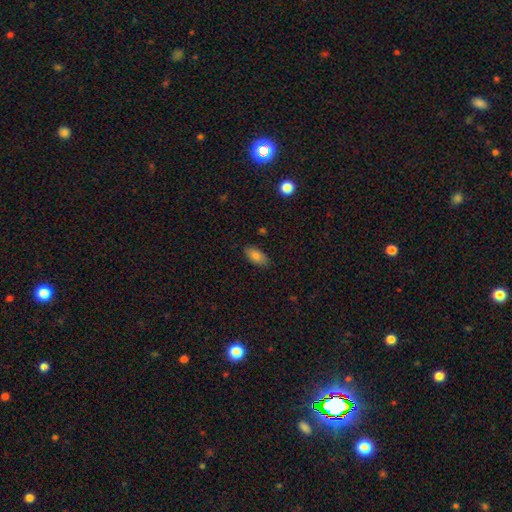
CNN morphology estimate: Q: Smooth or featured?
A: smooth (81%); runner-up: featured or disk (10%)
Q: How rounded?
A: in between (91%); runner-up: cigar-shaped (5%)
Q: Merging?
A: none (85%); runner-up: minor disturbance (12%)